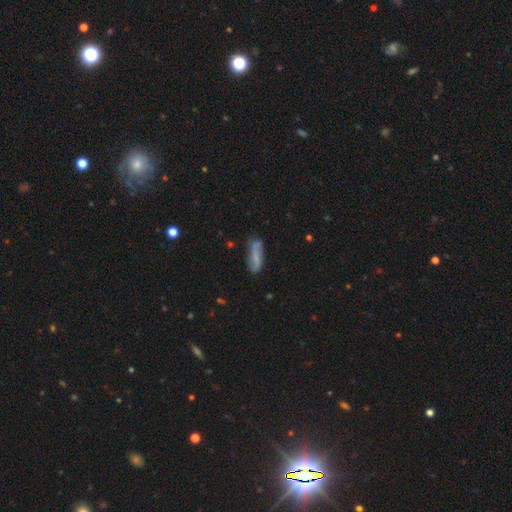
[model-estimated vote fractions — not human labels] smooth-or-featured: featured or disk: 49% | smooth: 43% | star or artifact: 8%
  merging: none: 70% | minor disturbance: 21% | major disturbance: 6% | merger: 3%